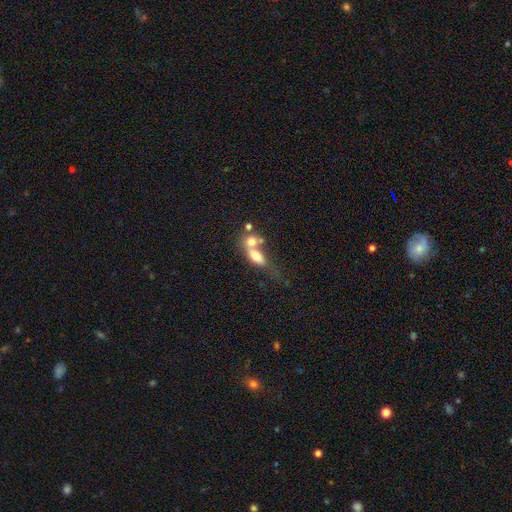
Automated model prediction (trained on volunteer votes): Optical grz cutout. It shows a smooth galaxy with no disk features (68%) that is in between round and cigar-shaped (73%). Merging: merger (62%).